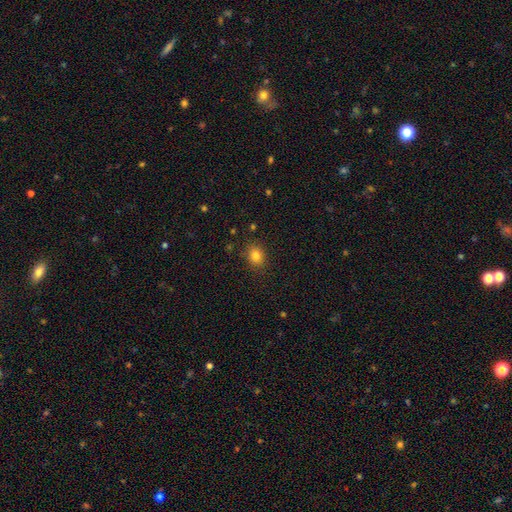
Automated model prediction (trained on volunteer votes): A smooth galaxy with no disk features (82%) that is round (50%). Merging: none (86%).